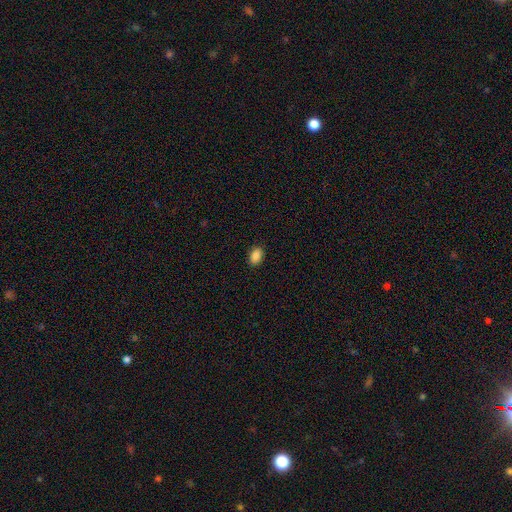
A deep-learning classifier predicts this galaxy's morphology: A smooth galaxy with no disk features (87%) that is in between round and cigar-shaped (85%). Merging: none (89%).